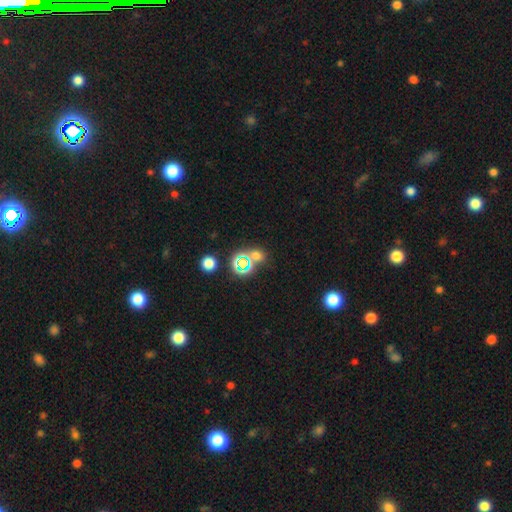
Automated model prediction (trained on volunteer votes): A smooth galaxy with no disk features (50%) that is round (72%).

Vote fractions:
- Smooth or featured? smooth: 50% / star or artifact: 41% / featured or disk: 8%
- How rounded? round: 72% / in between: 27% / cigar-shaped: 1%
- Merging? none: 65% / merger: 20% / minor disturbance: 9% / major disturbance: 5%